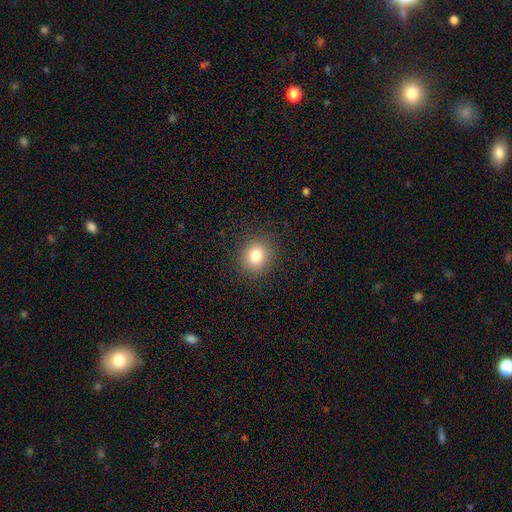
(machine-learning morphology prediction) This appears to be a smooth galaxy with no disk features (80%) that is round (78%). Merging: none (90%).